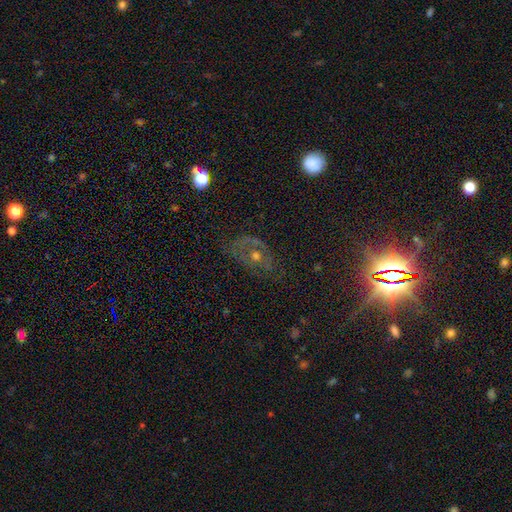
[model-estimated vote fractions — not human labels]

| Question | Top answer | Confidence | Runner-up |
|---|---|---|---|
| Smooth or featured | star or artifact | 47% | featured or disk (35%) |